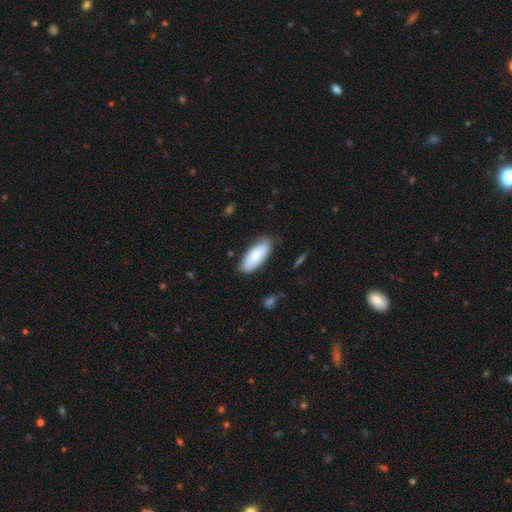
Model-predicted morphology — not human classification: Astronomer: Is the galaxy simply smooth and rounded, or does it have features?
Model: smooth — 83%.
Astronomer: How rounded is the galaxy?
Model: in between — 78%.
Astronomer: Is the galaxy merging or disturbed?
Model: none — 81%.